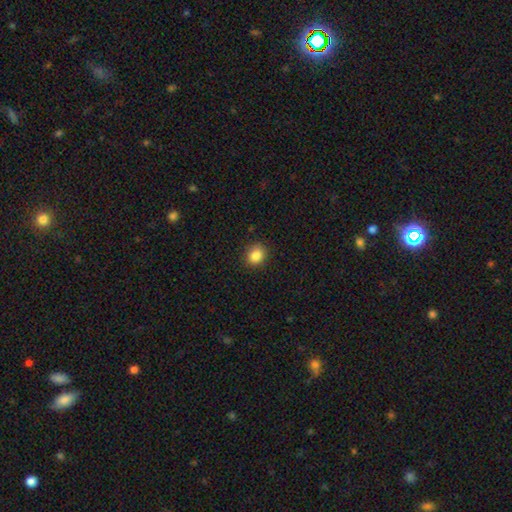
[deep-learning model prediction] smooth-or-featured: smooth: 85% | star or artifact: 10% | featured or disk: 5%
  how-rounded: round: 71% | in between: 28% | cigar-shaped: 1%
  merging: none: 88% | minor disturbance: 9% | major disturbance: 2% | merger: 1%